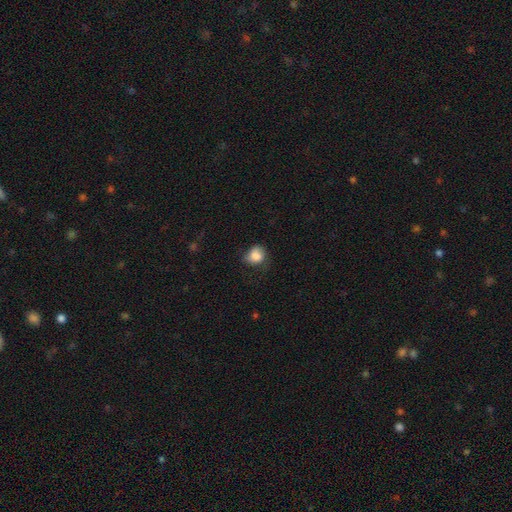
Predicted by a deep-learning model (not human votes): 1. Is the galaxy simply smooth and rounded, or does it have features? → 84% smooth, 9% star or artifact, 7% featured or disk.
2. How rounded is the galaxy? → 59% round, 41% in between, 1% cigar-shaped.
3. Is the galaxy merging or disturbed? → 50% none, 34% minor disturbance, 14% major disturbance, 2% merger.